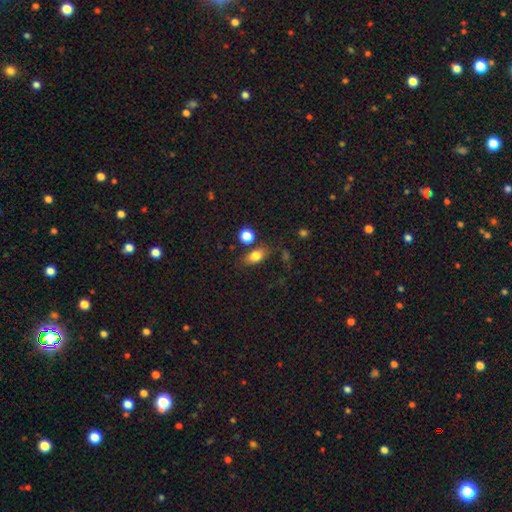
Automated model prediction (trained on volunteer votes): Smooth or featured? Predicted: smooth (p=0.78). How rounded? Predicted: in between (p=0.77). Merging? Predicted: none (p=0.72).